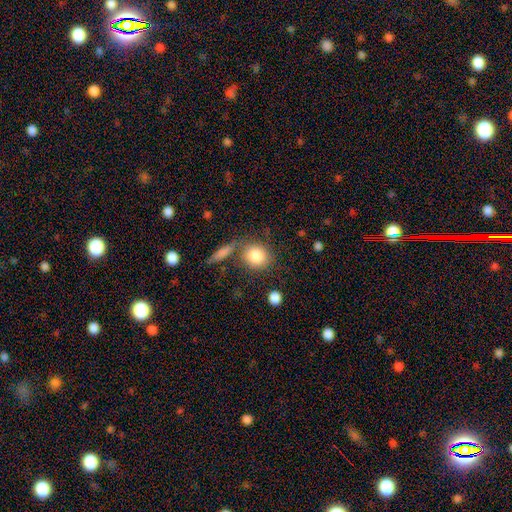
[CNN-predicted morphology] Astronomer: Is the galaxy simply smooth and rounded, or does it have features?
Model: smooth — 84%.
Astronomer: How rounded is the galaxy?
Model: round — 73%.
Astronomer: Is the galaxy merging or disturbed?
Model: none — 67%.